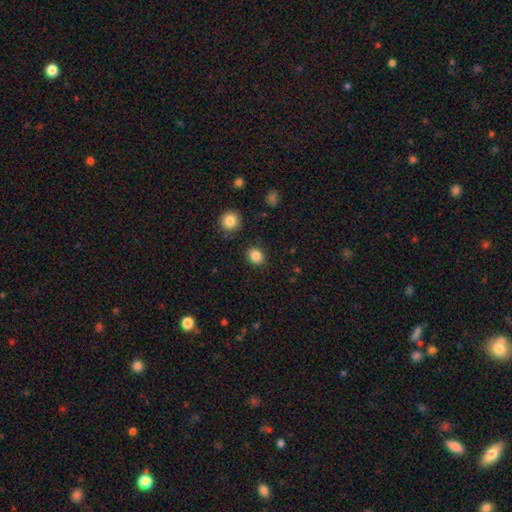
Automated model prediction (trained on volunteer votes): Smooth or featured? Predicted: smooth (p=0.85). How rounded? Predicted: round (p=0.51). Merging? Predicted: none (p=0.87).